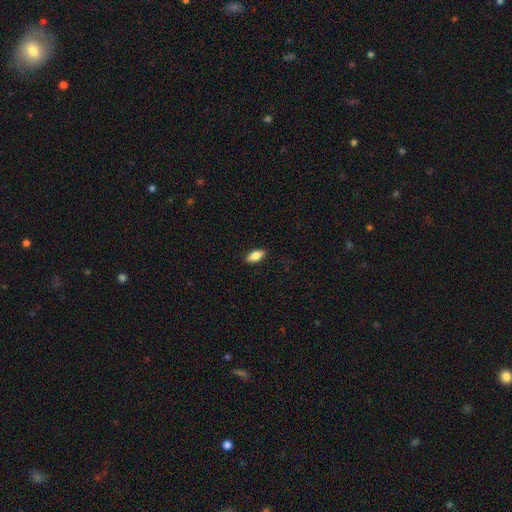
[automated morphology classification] Overall: smooth (80%). How rounded: in between (87%). Merging: none (89%).